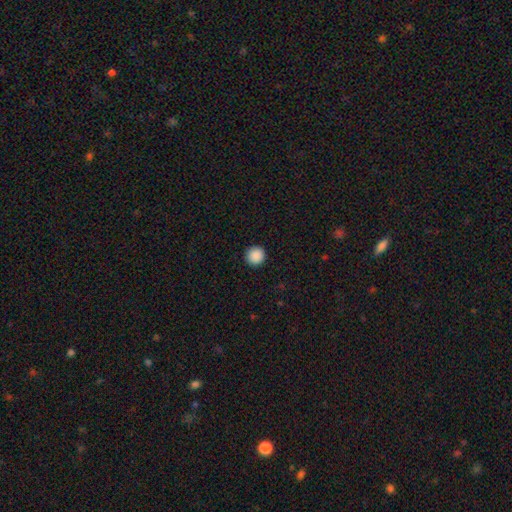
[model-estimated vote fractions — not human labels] The model was most divided on "smooth or featured": smooth: 89%, star or artifact: 9%, featured or disk: 2%. More confident: how rounded — round (96%); merging — none (93%).